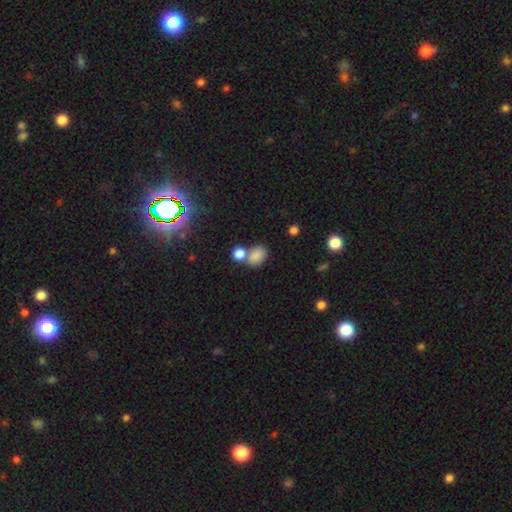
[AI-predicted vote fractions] Smooth or featured? Predicted: smooth (p=0.83). How rounded? Predicted: in between (p=0.65). Merging? Predicted: none (p=0.47).